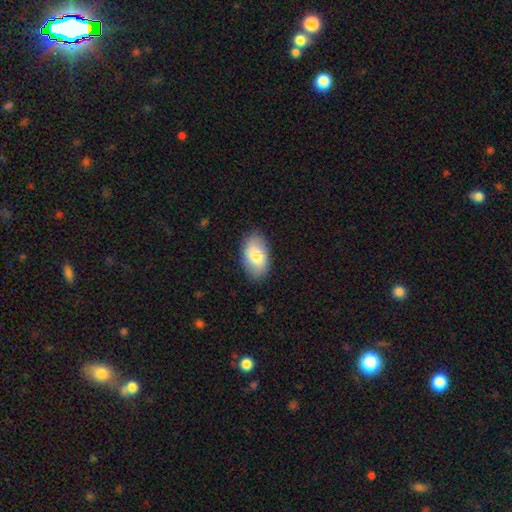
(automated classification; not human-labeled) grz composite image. It shows a smooth galaxy with no disk features (80%) that is in between round and cigar-shaped (94%). Merging: none (85%).